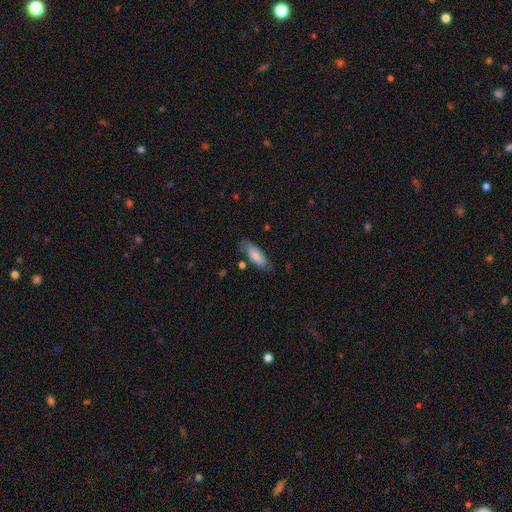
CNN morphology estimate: type=smooth (80%); roundness=in between (62%); merging=none (72%).